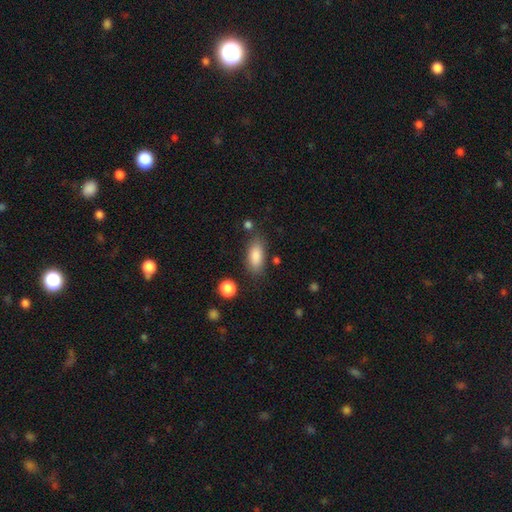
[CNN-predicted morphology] type=smooth (85%); roundness=in between (83%); merging=none (78%).